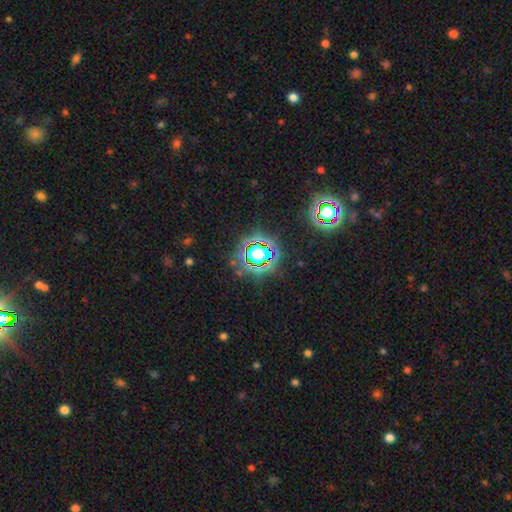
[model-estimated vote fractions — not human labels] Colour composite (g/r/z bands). It shows a star or artifact, not a galaxy (67%).